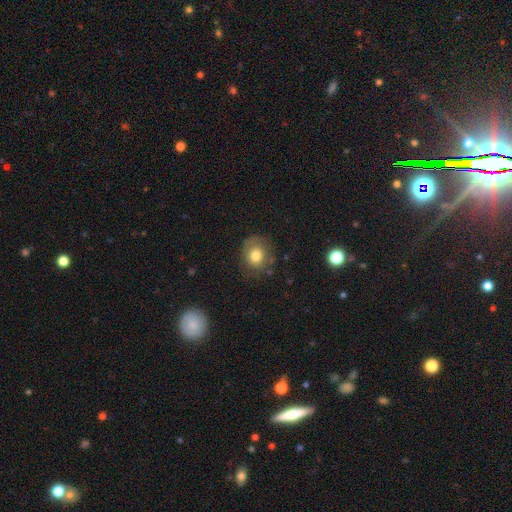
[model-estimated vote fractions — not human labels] smooth 76%, featured or disk 14%, star or artifact 11%. Down the decision tree: how rounded — round (73%); merging — none (74%).